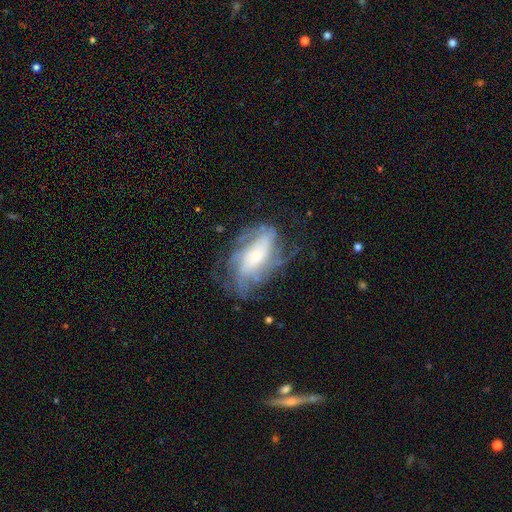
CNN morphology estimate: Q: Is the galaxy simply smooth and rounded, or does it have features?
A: featured or disk — 79%.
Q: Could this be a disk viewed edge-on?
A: no — 93%.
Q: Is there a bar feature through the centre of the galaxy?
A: no — 56%.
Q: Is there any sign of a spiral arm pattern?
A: yes — 89%.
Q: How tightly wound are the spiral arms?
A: medium — 40%.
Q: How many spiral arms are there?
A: can't tell — 36%.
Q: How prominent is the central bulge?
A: small — 53%.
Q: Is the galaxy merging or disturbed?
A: none — 60%.